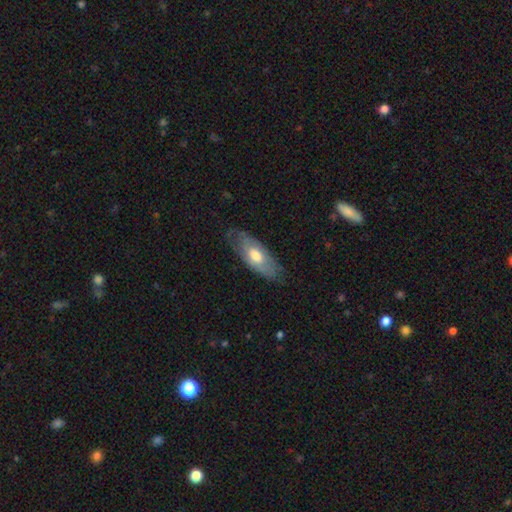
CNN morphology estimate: This is possibly a smooth galaxy (56%). How rounded: likely in between (79%). Merging: likely none (69%).